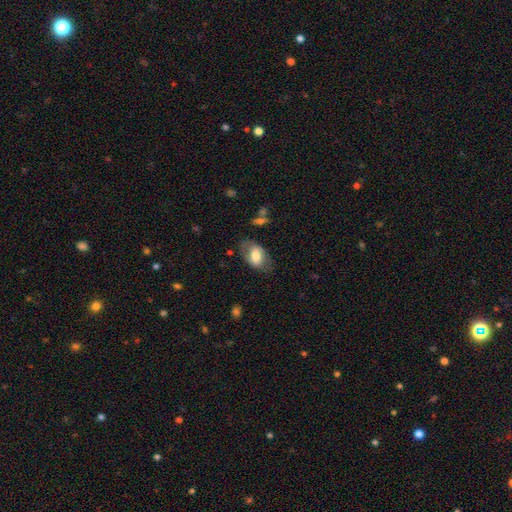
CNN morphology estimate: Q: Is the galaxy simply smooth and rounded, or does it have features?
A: smooth — 61%.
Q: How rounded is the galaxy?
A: in between — 89%.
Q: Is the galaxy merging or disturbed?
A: none — 66%.